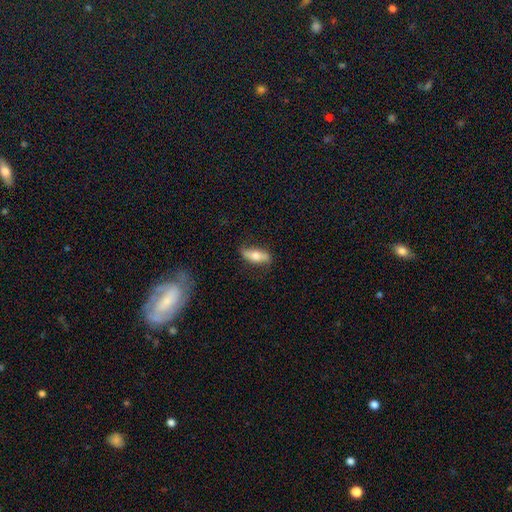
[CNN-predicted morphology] smooth 56%, featured or disk 37%, star or artifact 6%. Down the decision tree: how rounded — in between (68%); merging — none (76%).